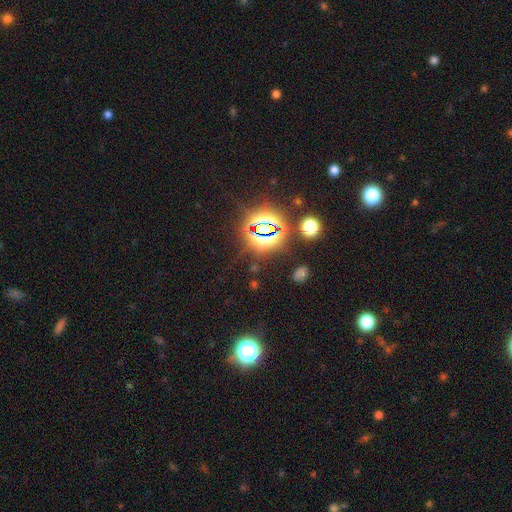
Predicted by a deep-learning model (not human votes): Smooth or featured?
  - star or artifact: 82% *
  - smooth: 12%
  - featured or disk: 7%